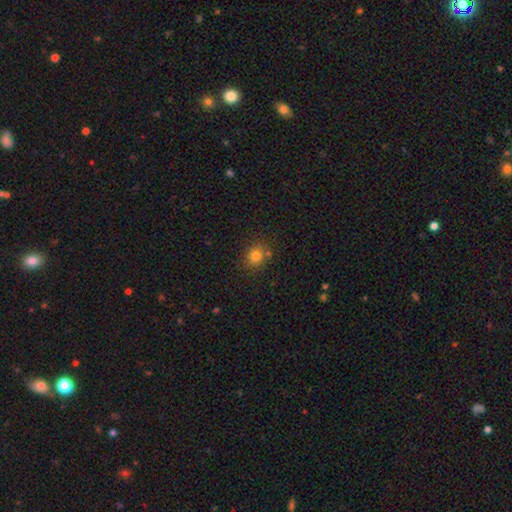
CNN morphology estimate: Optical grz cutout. It shows a smooth galaxy with no disk features (80%) that is round (75%). Merging: none (78%).